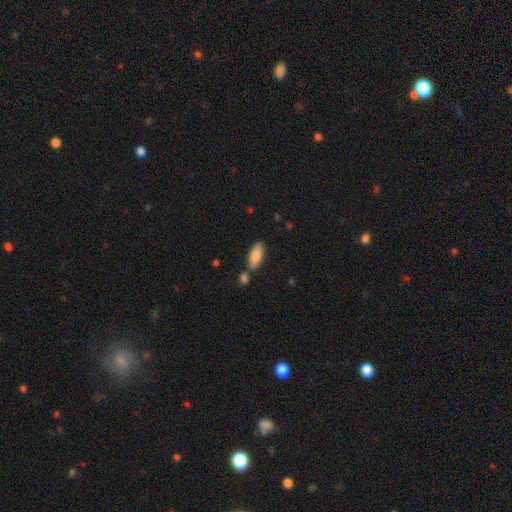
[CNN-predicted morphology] Overall: smooth (83%). How rounded: in between (79%). Merging: none (69%).